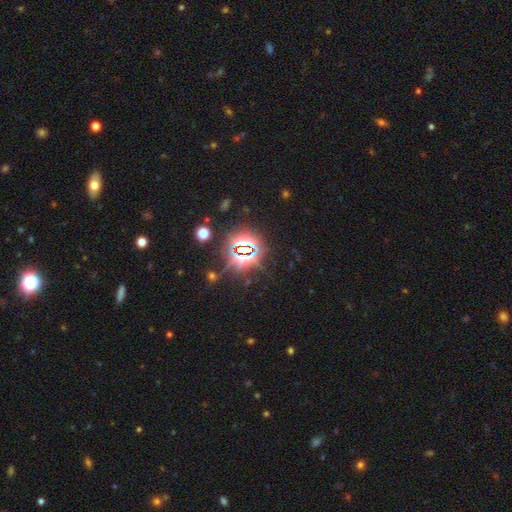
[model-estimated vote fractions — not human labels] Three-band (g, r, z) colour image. It shows a star or artifact, not a galaxy (79%).